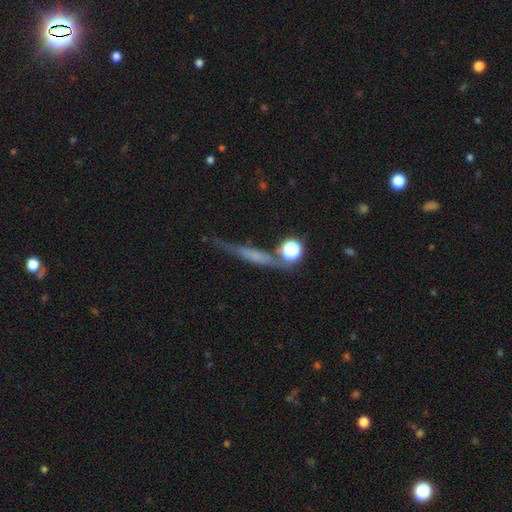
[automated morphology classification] Overall: featured or disk (45%; smooth 39%). Merging: none (66%).